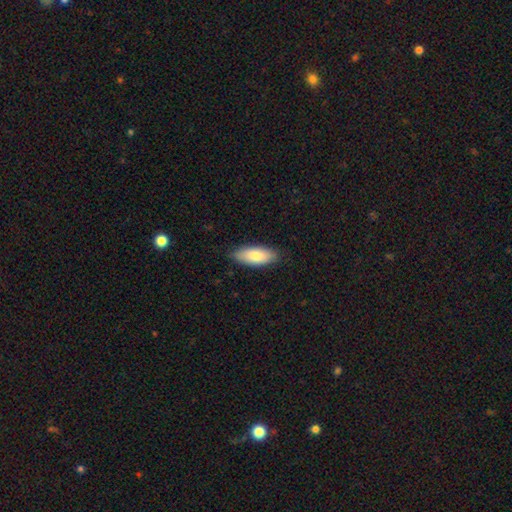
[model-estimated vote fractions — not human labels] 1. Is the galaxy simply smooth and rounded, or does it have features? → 81% smooth, 14% featured or disk, 6% star or artifact.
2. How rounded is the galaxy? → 81% in between, 17% cigar-shaped, 2% round.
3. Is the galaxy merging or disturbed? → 85% none, 12% minor disturbance, 2% major disturbance, 1% merger.